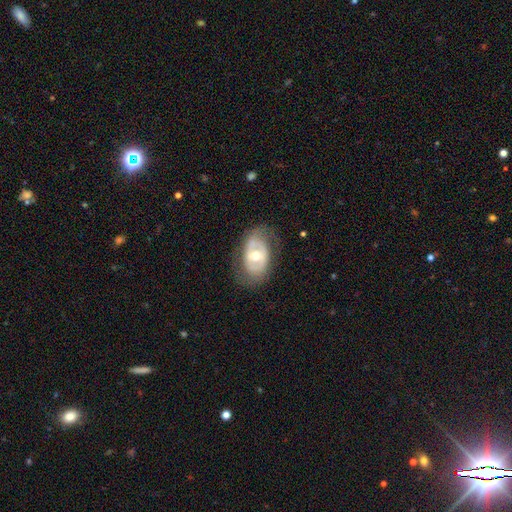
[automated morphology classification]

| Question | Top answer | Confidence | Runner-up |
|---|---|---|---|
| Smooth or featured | featured or disk | 65% | smooth (30%) |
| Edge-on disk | no | 93% | yes (7%) |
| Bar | no | 52% | weak (33%) |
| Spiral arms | no | 55% | yes (45%) |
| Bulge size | moderate | 70% | small (23%) |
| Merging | none | 70% | minor disturbance (19%) |